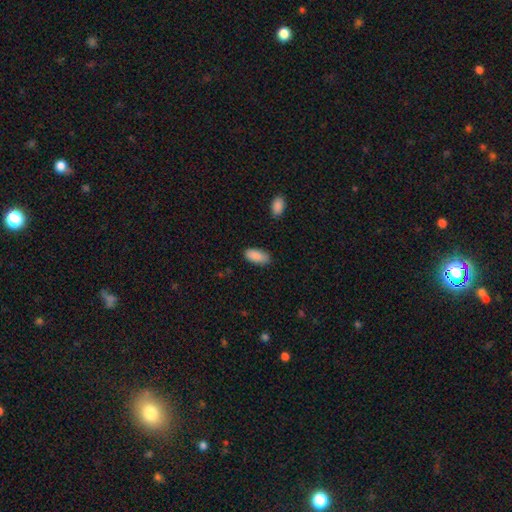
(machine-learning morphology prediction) smooth_or_featured: smooth (p=0.89) [alt: star or artifact p=0.06]
how_rounded: in between (p=0.92) [alt: cigar-shaped p=0.06]
merging: none (p=0.83) [alt: minor disturbance p=0.13]